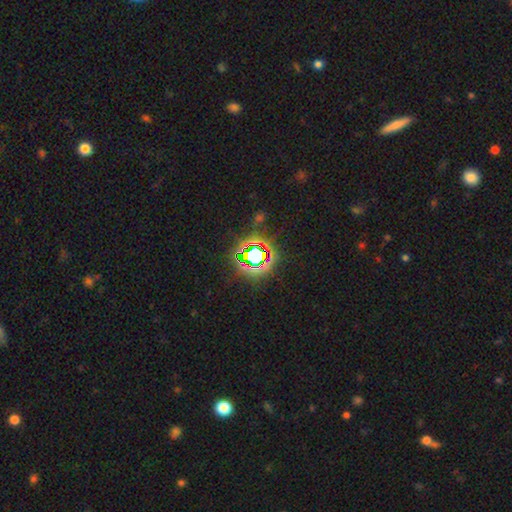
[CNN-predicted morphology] star or artifact 75%, smooth 15%, featured or disk 10%.